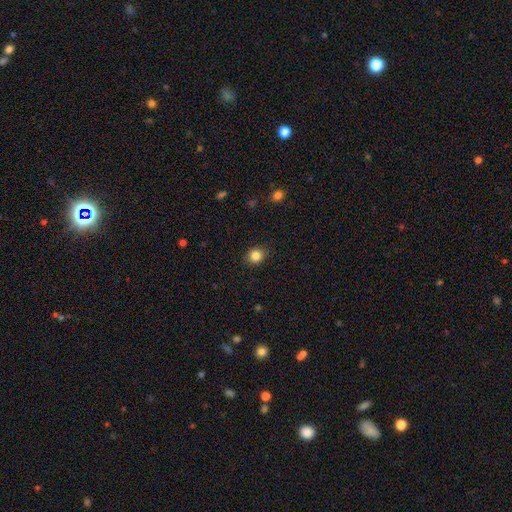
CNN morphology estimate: This is clearly a smooth galaxy (84%). How rounded: likely round (79%). Merging: clearly none (88%).